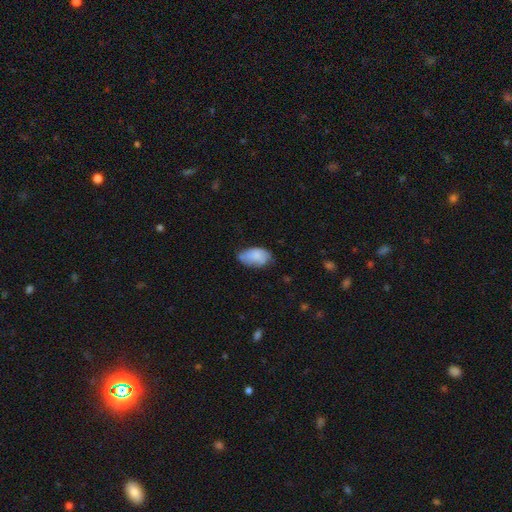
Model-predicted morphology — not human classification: smooth 73%, featured or disk 20%, star or artifact 7%. Down the decision tree: how rounded — in between (93%); merging — none (50%).